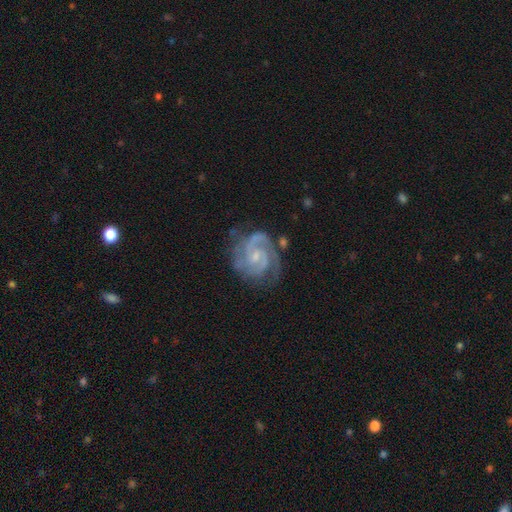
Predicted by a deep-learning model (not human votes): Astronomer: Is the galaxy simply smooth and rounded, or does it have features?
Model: featured or disk — 91%.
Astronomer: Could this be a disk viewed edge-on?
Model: no — 98%.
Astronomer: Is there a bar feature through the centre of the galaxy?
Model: no — 53% (runner-up: weak, 38%).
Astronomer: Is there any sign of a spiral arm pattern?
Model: yes — 98%.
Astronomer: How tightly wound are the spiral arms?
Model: tight — 59% (runner-up: medium, 37%).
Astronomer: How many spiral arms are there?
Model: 2 — 63%.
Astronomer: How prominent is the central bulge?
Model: small — 69%.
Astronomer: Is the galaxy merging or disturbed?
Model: none — 71%.